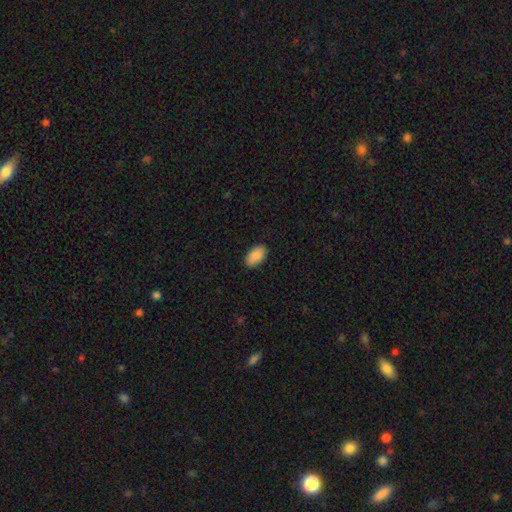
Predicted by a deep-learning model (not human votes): This appears to be a smooth galaxy with no disk features (90%) that is in between round and cigar-shaped (95%). Merging: none (89%).